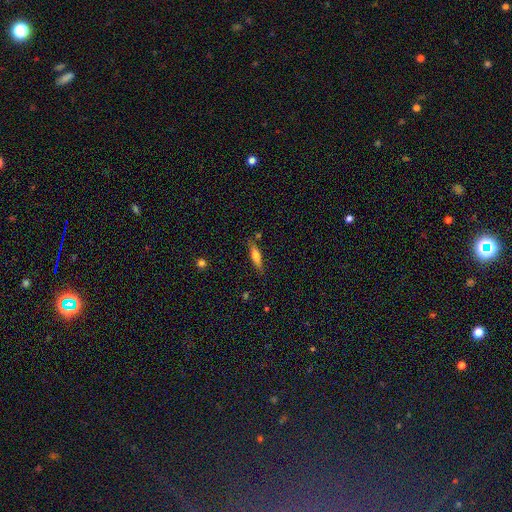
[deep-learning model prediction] The model was most divided on "smooth or featured": smooth: 62%, featured or disk: 31%, star or artifact: 8%. More confident: merging — none (80%); how rounded — cigar-shaped (72%).